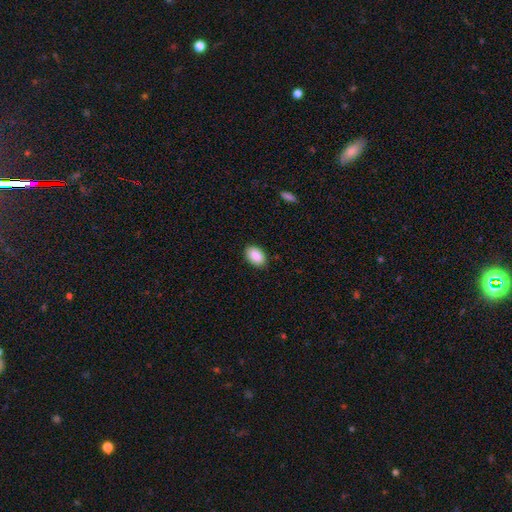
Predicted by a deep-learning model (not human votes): This is clearly a smooth galaxy (90%). How rounded: clearly in between (89%). Merging: clearly none (87%).